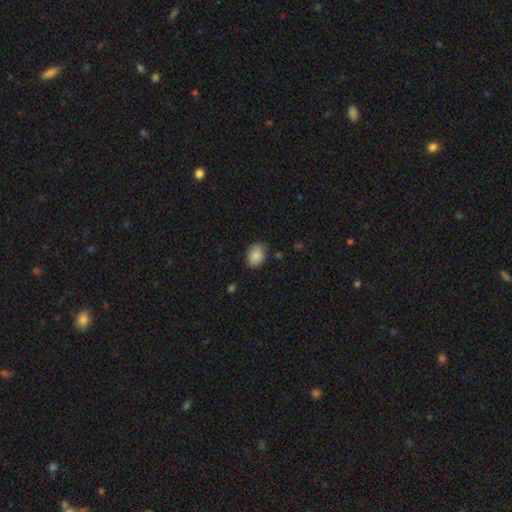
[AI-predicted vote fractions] smooth-or-featured: smooth: 86% | star or artifact: 8% | featured or disk: 6%
  how-rounded: in between: 72% | round: 27% | cigar-shaped: 1%
  merging: none: 74% | minor disturbance: 21% | major disturbance: 4% | merger: 2%